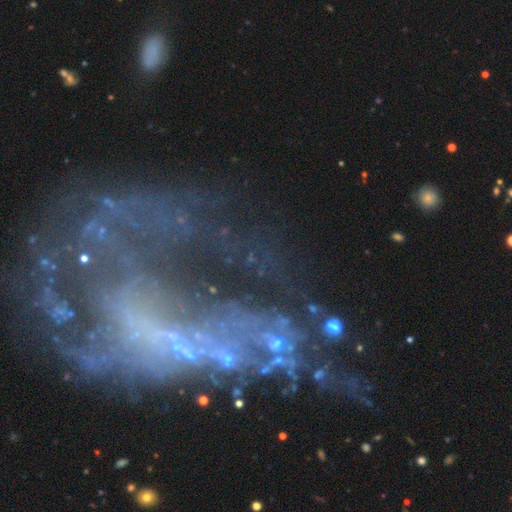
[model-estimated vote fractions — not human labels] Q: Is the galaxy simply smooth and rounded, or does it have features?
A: featured or disk — 69%.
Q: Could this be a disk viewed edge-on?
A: no — 93%.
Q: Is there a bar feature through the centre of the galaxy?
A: no — 59%.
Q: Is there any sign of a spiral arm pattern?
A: no — 50%, tied with yes.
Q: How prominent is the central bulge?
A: none — 66%.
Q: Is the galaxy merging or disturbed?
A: major disturbance — 45%.